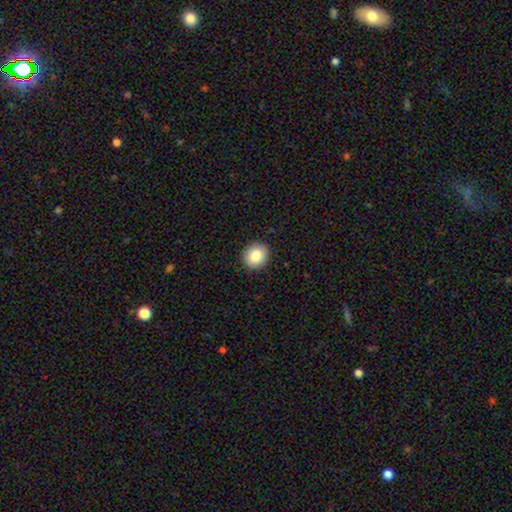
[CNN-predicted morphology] A smooth galaxy with no disk features (86%) that is round (74%).

Vote fractions:
- Smooth or featured? smooth: 86% / star or artifact: 8% / featured or disk: 6%
- How rounded? round: 74% / in between: 25% / cigar-shaped: 1%
- Merging? none: 90% / minor disturbance: 7% / major disturbance: 2% / merger: 1%